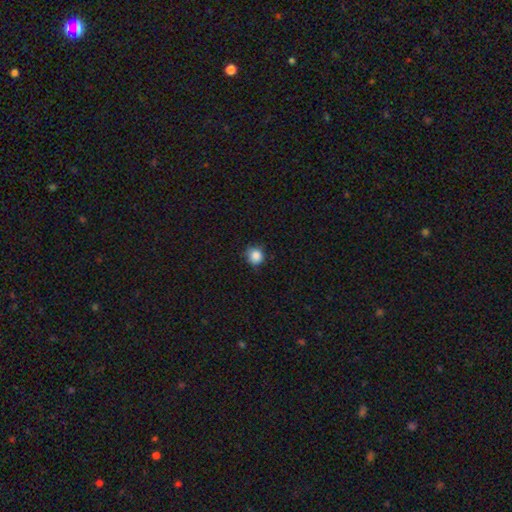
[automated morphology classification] smooth 86%, star or artifact 10%, featured or disk 4%. Down the decision tree: how rounded — round (91%); merging — none (80%).